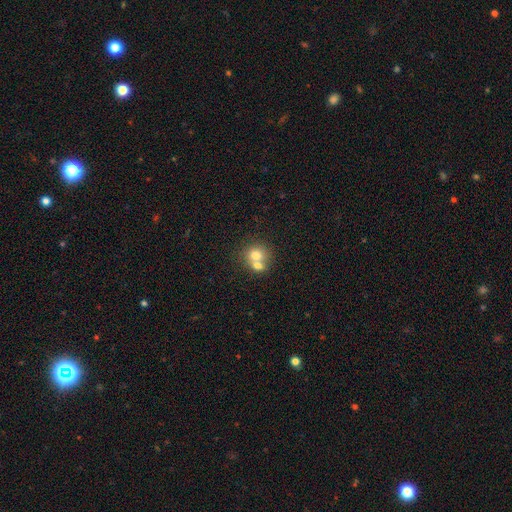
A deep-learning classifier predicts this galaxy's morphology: type=smooth (71%); roundness=round (76%); merging=merger (59%).